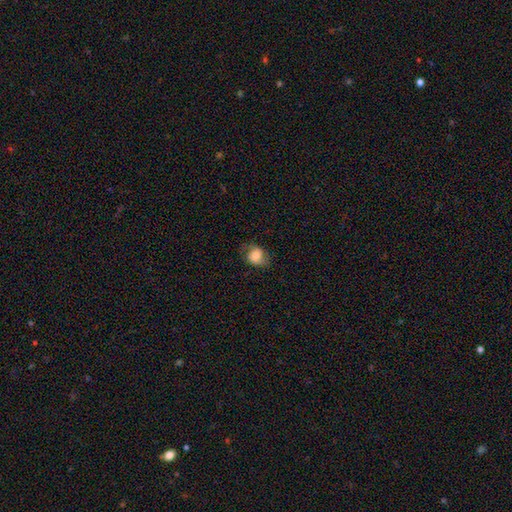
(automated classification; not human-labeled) This appears to be a smooth galaxy with no disk features (68%) that is in between round and cigar-shaped (50%). Merging: none (66%).